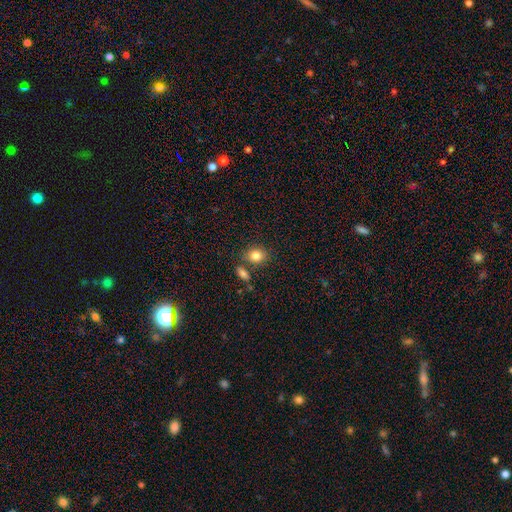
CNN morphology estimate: smooth 84%, star or artifact 9%, featured or disk 7%. Down the decision tree: how rounded — in between (51%); merging — none (67%).